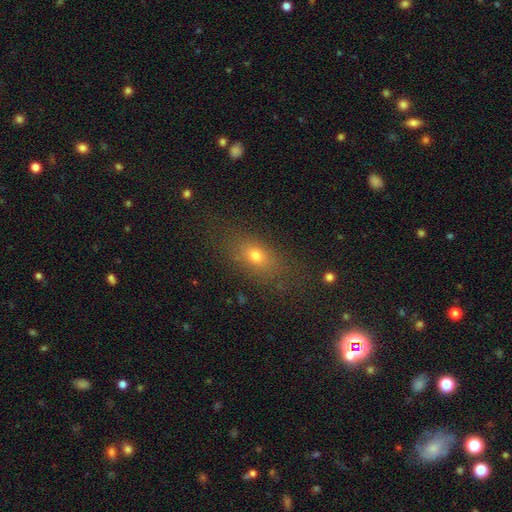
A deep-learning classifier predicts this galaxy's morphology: Overall: smooth (71%). How rounded: in between (70%). Merging: none (78%).